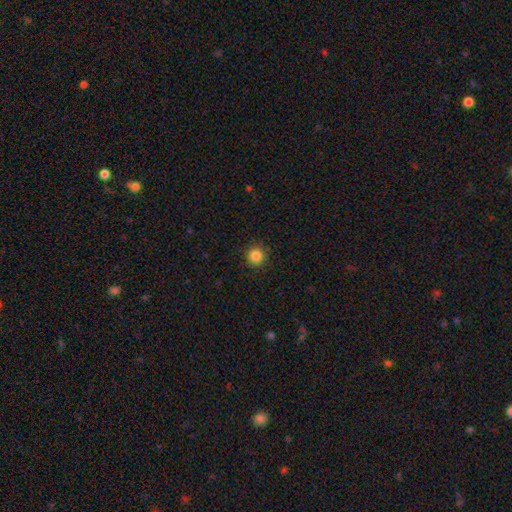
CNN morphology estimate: Overall: smooth (85%). How rounded: round (94%). Merging: none (92%).